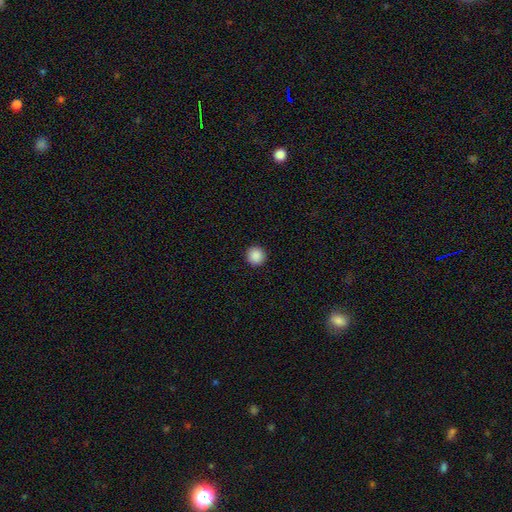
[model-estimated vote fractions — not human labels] Morphology: type=smooth (89%); roundness=round (94%); merging=none (93%).